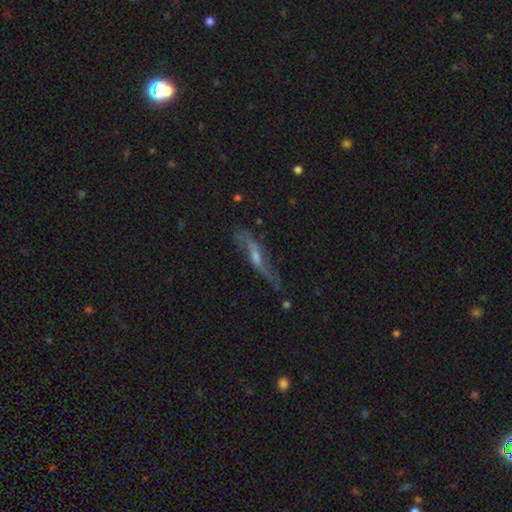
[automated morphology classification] smooth_or_featured: featured or disk (p=0.70) [alt: smooth p=0.21]
disk_edge_on: yes (p=0.54) [alt: no p=0.46]
merging: none (p=0.60) [alt: minor disturbance p=0.24]